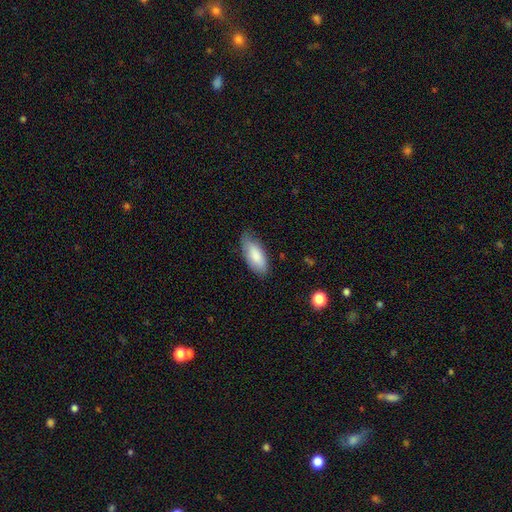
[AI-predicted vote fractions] Smooth or featured: smooth — 83% (featured or disk — 11%)
How rounded: in between — 85% (cigar-shaped — 13%)
Merging: none — 67% (minor disturbance — 26%)